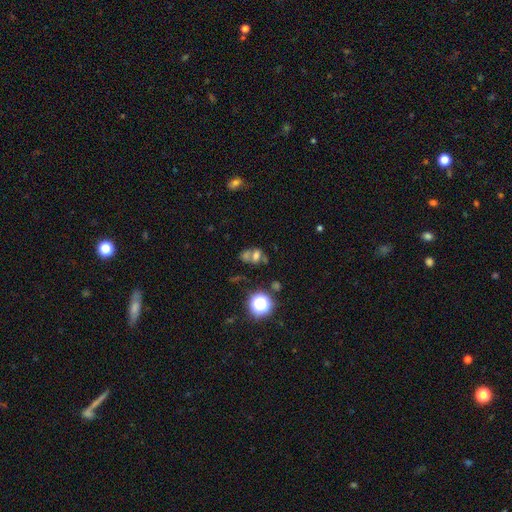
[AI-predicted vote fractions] Smooth or featured?
  - smooth: 52% *
  - star or artifact: 25%
  - featured or disk: 23%
How rounded?
  - in between: 58% *
  - round: 40%
  - cigar-shaped: 2%
Merging?
  - merger: 47% *
  - none: 32%
  - minor disturbance: 12%
  - major disturbance: 10%